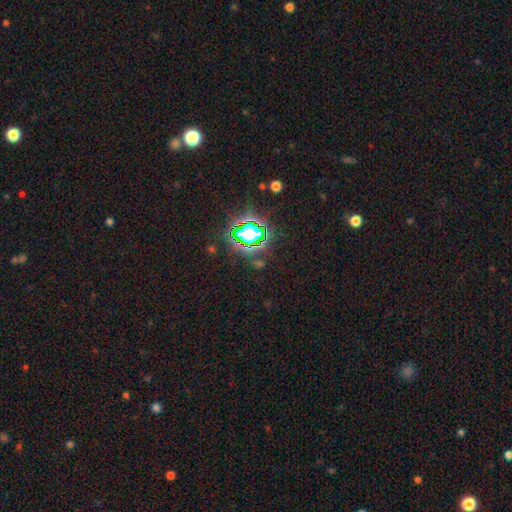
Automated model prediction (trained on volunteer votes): Smooth or featured? Predicted: star or artifact (p=0.81).